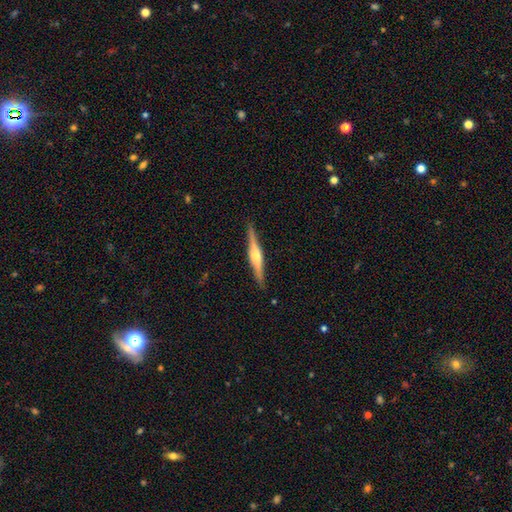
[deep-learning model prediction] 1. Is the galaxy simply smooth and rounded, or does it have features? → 74% featured or disk, 21% smooth, 5% star or artifact.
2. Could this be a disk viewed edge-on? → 98% yes, 2% no.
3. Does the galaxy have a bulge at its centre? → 88% rounded, 7% boxy, 5% none.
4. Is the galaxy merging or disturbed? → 90% none, 8% minor disturbance, 1% major disturbance, 1% merger.